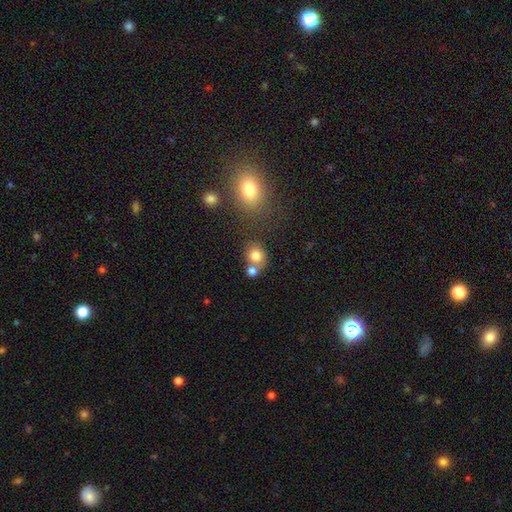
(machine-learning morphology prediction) Smooth or featured: smooth — 79% (star or artifact — 11%)
How rounded: round — 73% (in between — 26%)
Merging: none — 49% (merger — 36%)